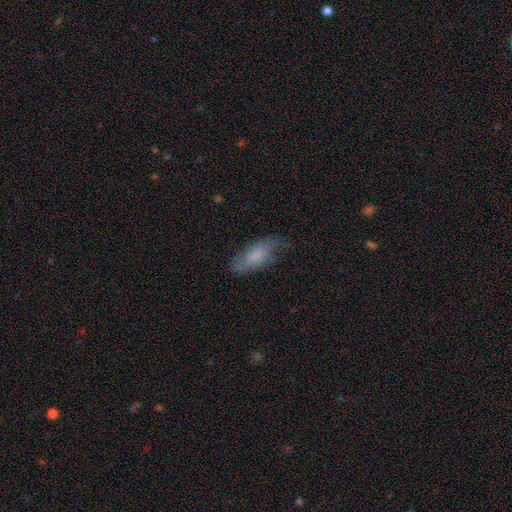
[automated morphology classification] type=smooth (61%); roundness=in between (78%); merging=none (61%).